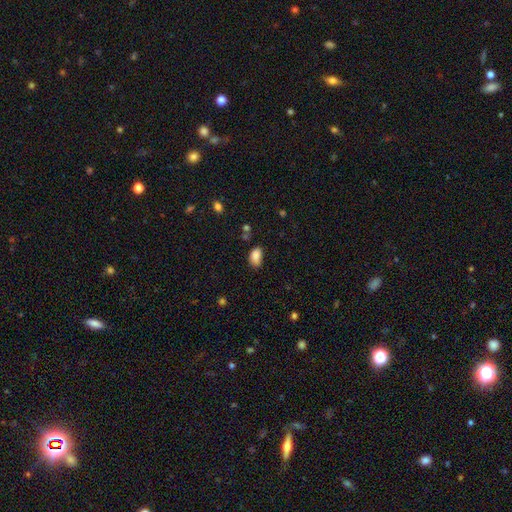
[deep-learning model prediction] This appears to be a smooth galaxy with no disk features (86%) that is in between round and cigar-shaped (90%). Merging: none (61%).